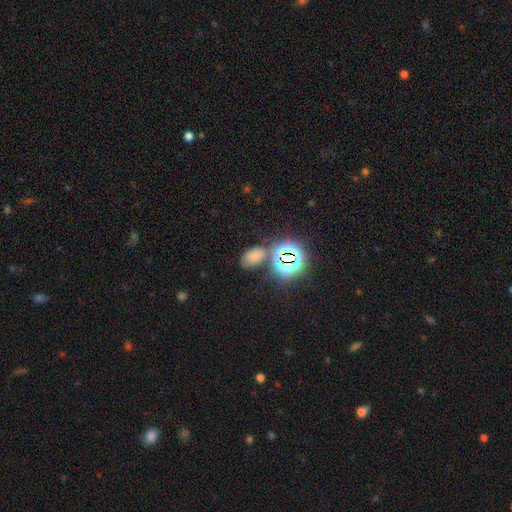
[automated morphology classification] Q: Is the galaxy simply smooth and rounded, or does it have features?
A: star or artifact — 54%.